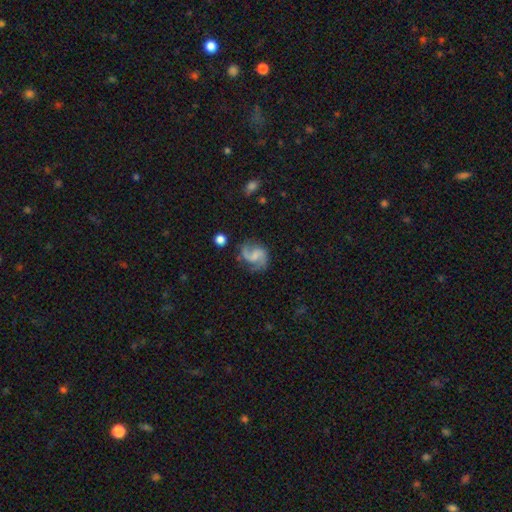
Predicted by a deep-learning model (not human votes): Q: Smooth or featured?
A: featured or disk (83%); runner-up: smooth (11%)
Q: Edge-on disk?
A: no (98%); runner-up: yes (2%)
Q: Bar?
A: weak (47%); runner-up: no (37%)
Q: Spiral arms?
A: yes (96%); runner-up: no (4%)
Q: Spiral winding?
A: medium (45%); runner-up: loose (44%)
Q: Spiral arm count?
A: 2 (90%); runner-up: 1 (3%)
Q: Bulge size?
A: none (46%); runner-up: small (34%)
Q: Merging?
A: none (72%); runner-up: minor disturbance (17%)